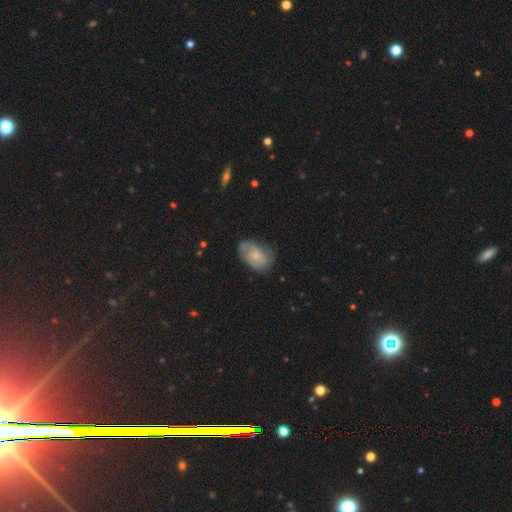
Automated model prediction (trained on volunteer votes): smooth-or-featured: featured or disk: 57% | smooth: 35% | star or artifact: 7%
  disk-edge-on: no: 96% | yes: 4%
    bar: no: 72% | weak: 25% | strong: 4%
    has-spiral-arms: yes: 85% | no: 15%
    bulge-size: small: 67% | moderate: 19% | none: 10% | large: 2% | dominant: 1%
  merging: none: 60% | minor disturbance: 27% | major disturbance: 11% | merger: 2%